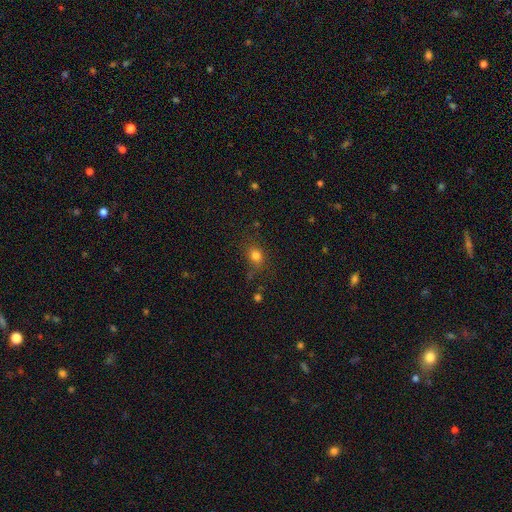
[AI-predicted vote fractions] smooth-or-featured: smooth: 78% | star or artifact: 15% | featured or disk: 7%
  how-rounded: round: 62% | in between: 37% | cigar-shaped: 1%
  merging: none: 73% | minor disturbance: 16% | major disturbance: 7% | merger: 3%